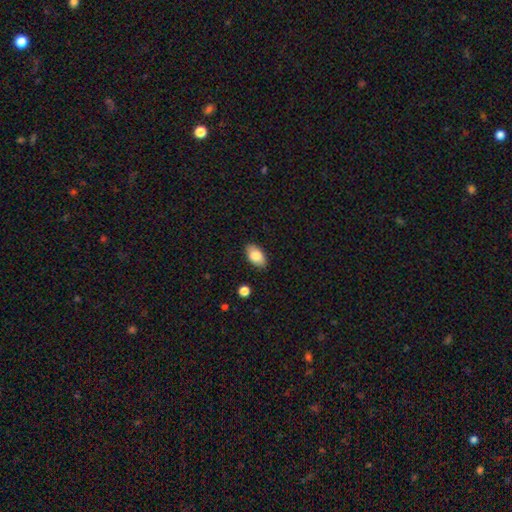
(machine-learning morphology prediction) A smooth galaxy with no disk features (84%) that is in between round and cigar-shaped (93%). Merging: none (86%).